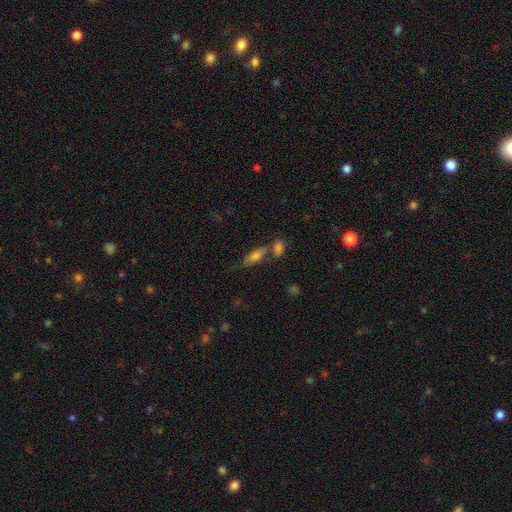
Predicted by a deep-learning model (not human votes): Smooth or featured? smooth (55%)
How rounded? in between (52%)
Merging? none (56%)